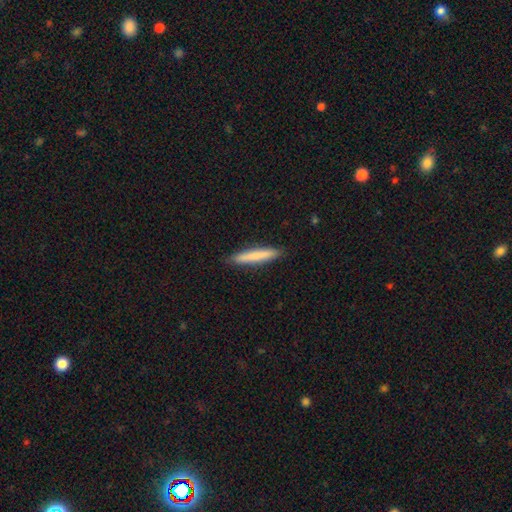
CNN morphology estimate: Smooth or featured: smooth — 79% (featured or disk — 15%)
How rounded: cigar-shaped — 94% (in between — 5%)
Merging: none — 91% (minor disturbance — 7%)